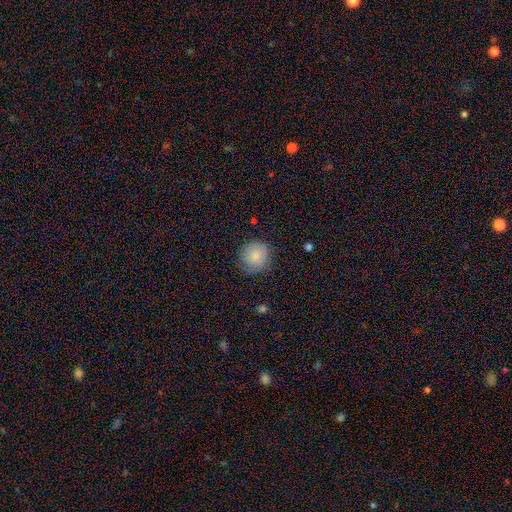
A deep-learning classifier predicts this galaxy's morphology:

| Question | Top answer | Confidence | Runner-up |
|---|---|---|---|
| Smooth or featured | smooth | 84% | featured or disk (8%) |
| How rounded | round | 89% | in between (10%) |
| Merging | none | 77% | minor disturbance (18%) |